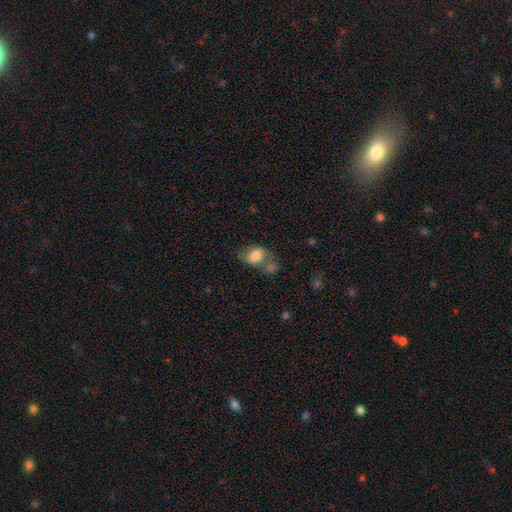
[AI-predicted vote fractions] Smooth or featured? smooth (74%)
How rounded? in between (74%)
Merging? none (37%)